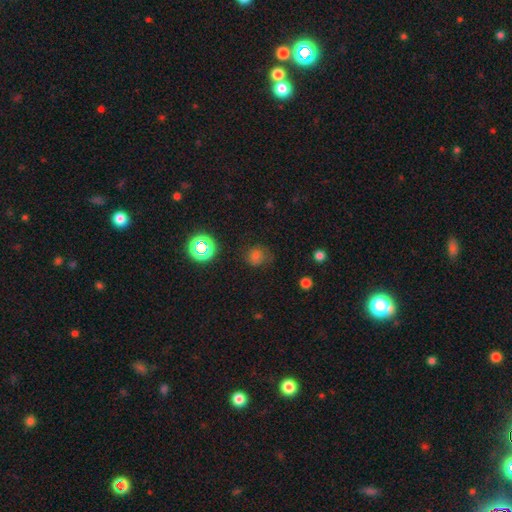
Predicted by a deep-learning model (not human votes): smooth 66%, star or artifact 24%, featured or disk 10%. Down the decision tree: how rounded — round (82%); merging — none (62%).